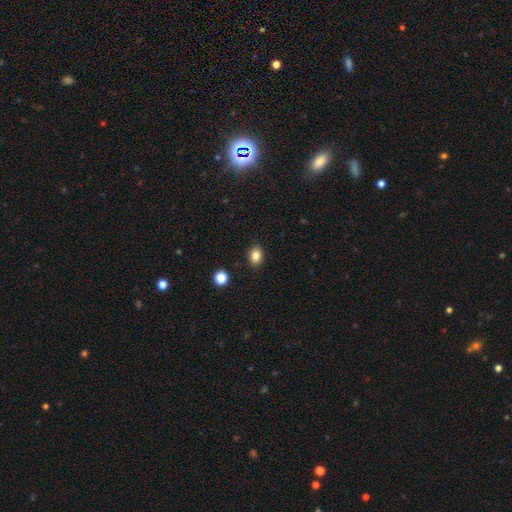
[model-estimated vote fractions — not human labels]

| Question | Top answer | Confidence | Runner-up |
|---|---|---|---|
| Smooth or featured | smooth | 83% | star or artifact (10%) |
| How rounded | in between | 69% | round (30%) |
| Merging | none | 88% | minor disturbance (8%) |